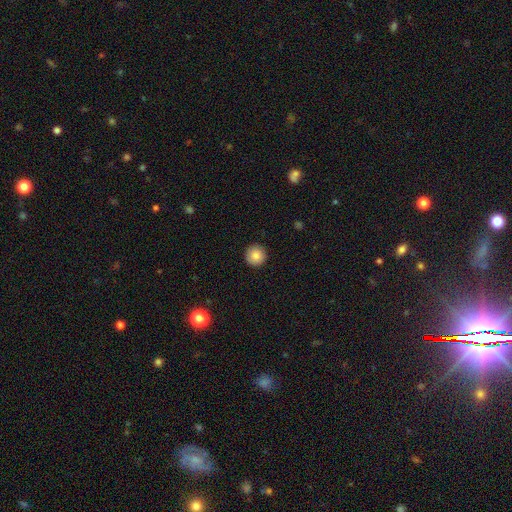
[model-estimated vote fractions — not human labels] Smooth or featured?
  - smooth: 85% *
  - star or artifact: 9%
  - featured or disk: 6%
How rounded?
  - round: 96% *
  - in between: 3%
  - cigar-shaped: 1%
Merging?
  - none: 92% *
  - minor disturbance: 5%
  - major disturbance: 2%
  - merger: 1%